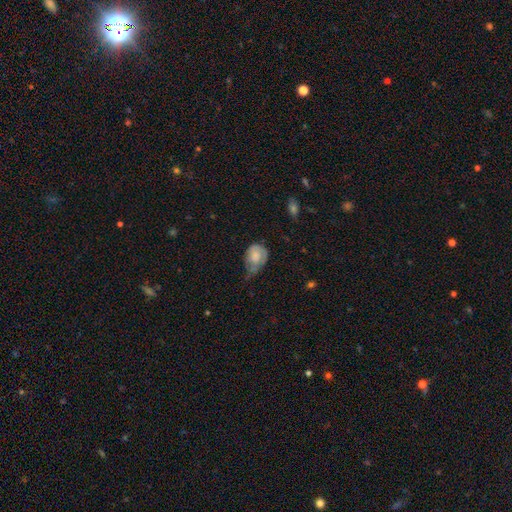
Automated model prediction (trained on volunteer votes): Smooth or featured? Predicted: smooth (p=0.68). How rounded? Predicted: in between (p=0.58). Merging? Predicted: minor disturbance (p=0.44).